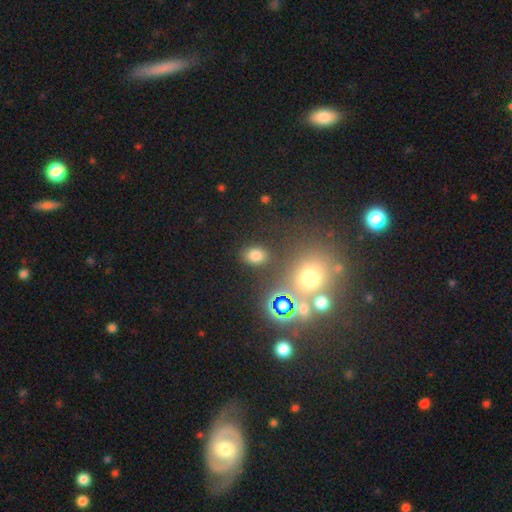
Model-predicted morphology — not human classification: Smooth or featured?
  - smooth: 74% *
  - star or artifact: 19%
  - featured or disk: 7%
How rounded?
  - in between: 66% *
  - round: 33%
  - cigar-shaped: 1%
Merging?
  - none: 83% *
  - minor disturbance: 9%
  - merger: 4%
  - major disturbance: 3%